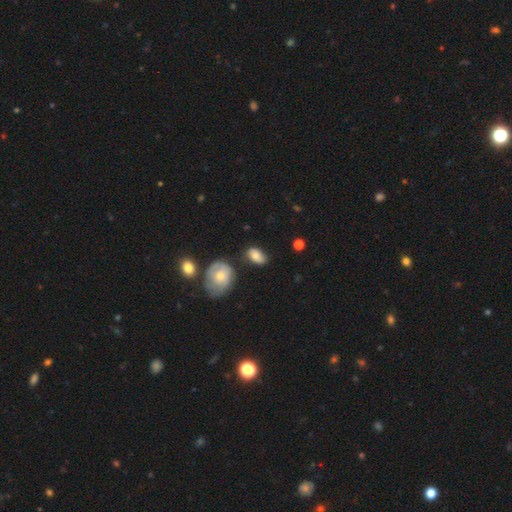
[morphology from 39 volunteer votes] A smooth galaxy with no disk features (87%) that is in between round and cigar-shaped (94%). Merging: none (71%).